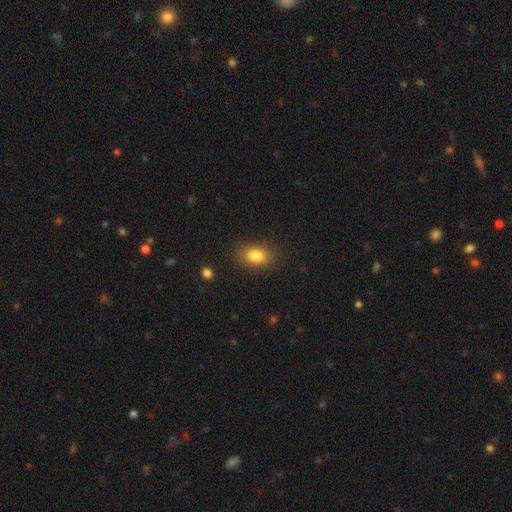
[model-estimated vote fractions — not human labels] Overall: smooth (84%). How rounded: in between (80%). Merging: none (85%).